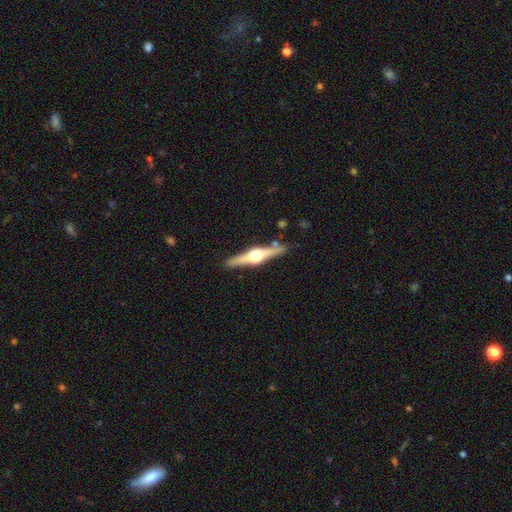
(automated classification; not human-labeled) Overall: featured or disk (80%). Edge-on disk: yes (98%). Edge-on bulge: rounded (95%). Merging: none (88%).